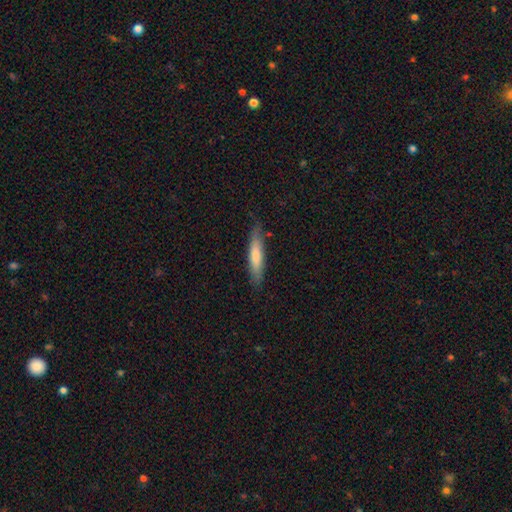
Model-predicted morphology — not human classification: Overall: smooth (72%). How rounded: cigar-shaped (83%). Merging: none (80%).